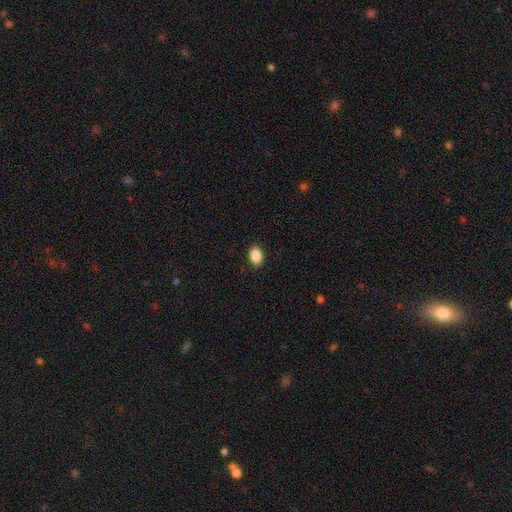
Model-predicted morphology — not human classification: Q: Smooth or featured?
A: smooth (89%); runner-up: star or artifact (8%)
Q: How rounded?
A: in between (87%); runner-up: round (11%)
Q: Merging?
A: none (89%); runner-up: minor disturbance (8%)